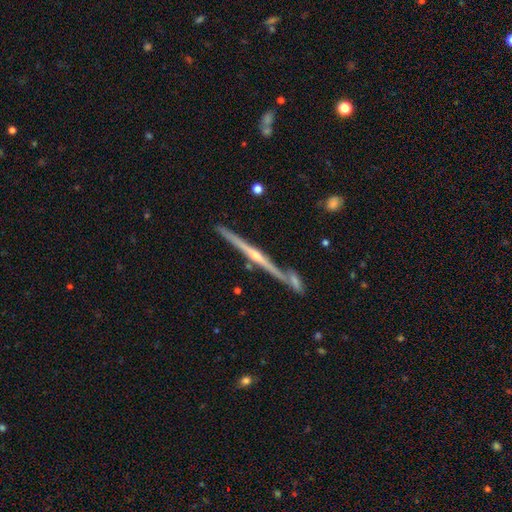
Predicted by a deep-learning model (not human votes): Morphology: type=featured or disk (86%); edge-on=yes (98%); edge-on bulge=rounded (81%); merging=none (81%).